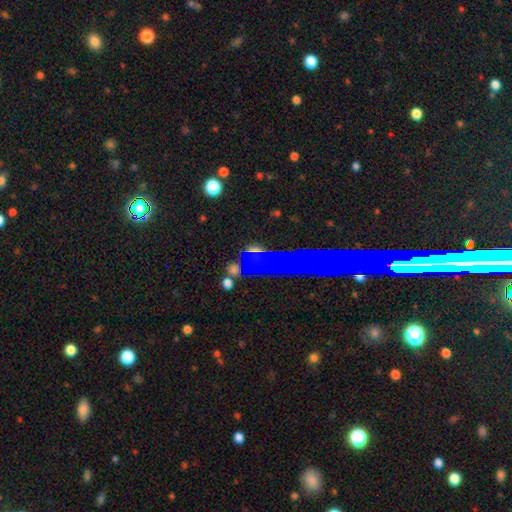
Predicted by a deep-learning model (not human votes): smooth 43%, star or artifact 30%, featured or disk 27%. Down the decision tree: merging — none (65%).